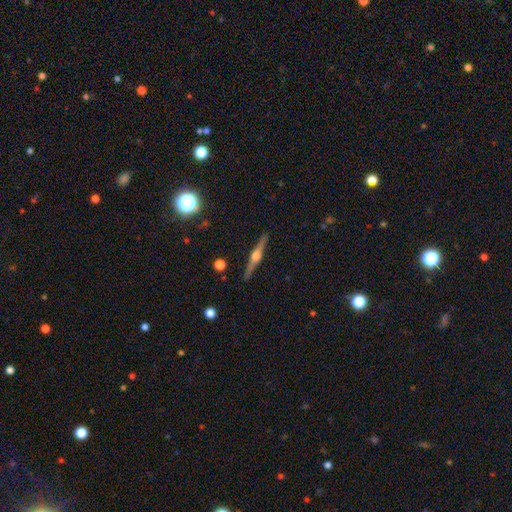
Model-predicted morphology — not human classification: Smooth or featured? Predicted: featured or disk (p=0.82). Edge-on disk? Predicted: yes (p=0.98). Edge-on bulge? Predicted: rounded (p=0.91). Merging? Predicted: none (p=0.91).